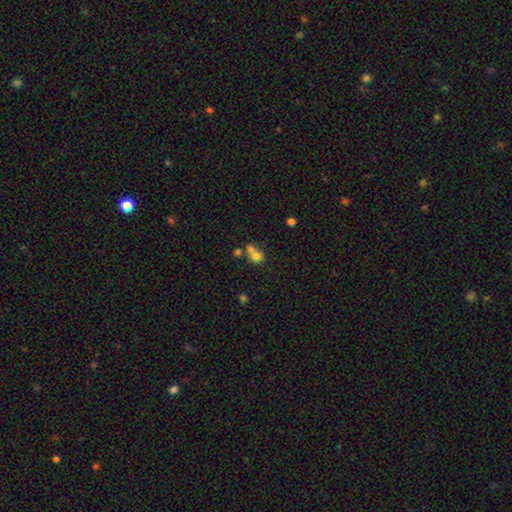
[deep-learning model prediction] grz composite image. It shows a smooth galaxy with no disk features (70%) that is round (73%). Merging: merger (59%).